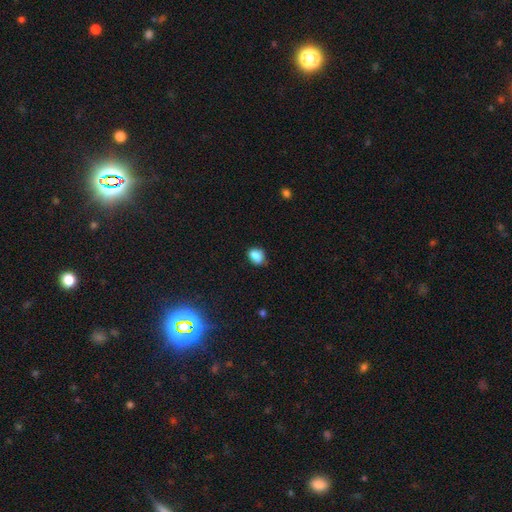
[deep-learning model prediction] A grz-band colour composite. It shows a smooth galaxy with no disk features (83%) that is in between round and cigar-shaped (66%). Merging: none (64%).